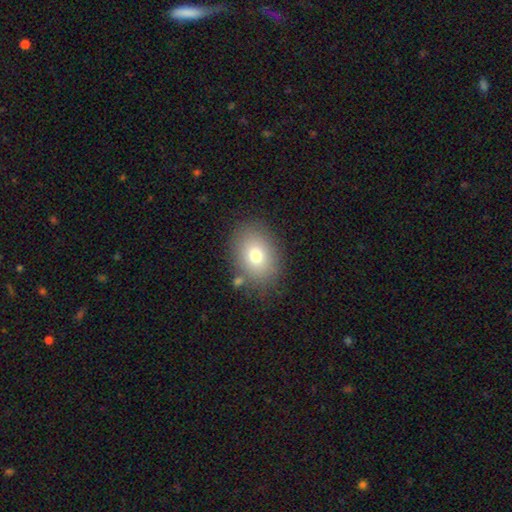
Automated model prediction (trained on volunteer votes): Q: Smooth or featured?
A: smooth (75%); runner-up: featured or disk (14%)
Q: How rounded?
A: in between (72%); runner-up: round (27%)
Q: Merging?
A: none (81%); runner-up: minor disturbance (12%)